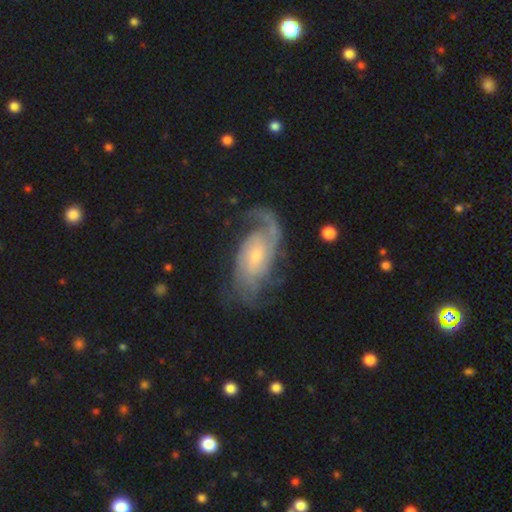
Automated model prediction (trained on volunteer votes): Morphology: type=featured or disk (86%); edge-on=no (96%); bar=no (54%); spiral arms=yes (96%); winding=medium (42%); arm count=2 (46%); bulge=small (59%); merging=none (59%).